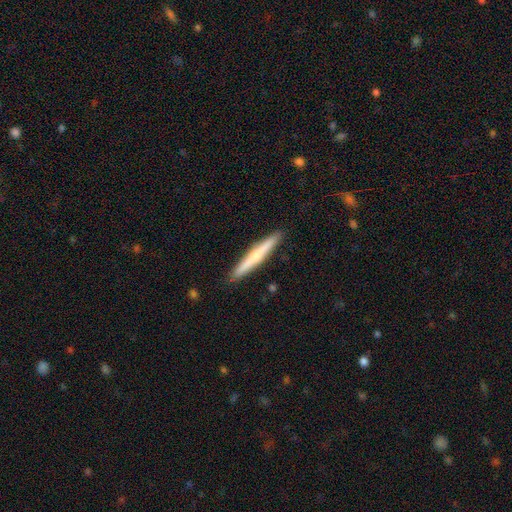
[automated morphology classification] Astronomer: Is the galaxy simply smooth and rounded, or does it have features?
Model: smooth — 50% (runner-up: featured or disk, 45%).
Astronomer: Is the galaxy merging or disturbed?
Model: none — 92%.